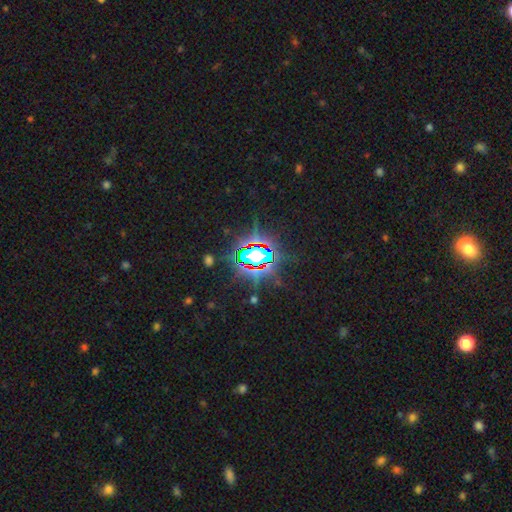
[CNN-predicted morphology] type=star or artifact (76%).